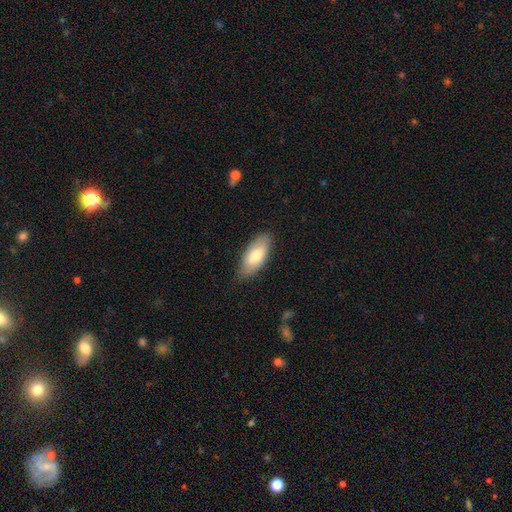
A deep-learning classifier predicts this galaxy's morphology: Smooth or featured?
  - smooth: 72% *
  - featured or disk: 23%
  - star or artifact: 6%
How rounded?
  - in between: 87% *
  - cigar-shaped: 11%
  - round: 2%
Merging?
  - none: 82% *
  - minor disturbance: 15%
  - major disturbance: 3%
  - merger: 1%